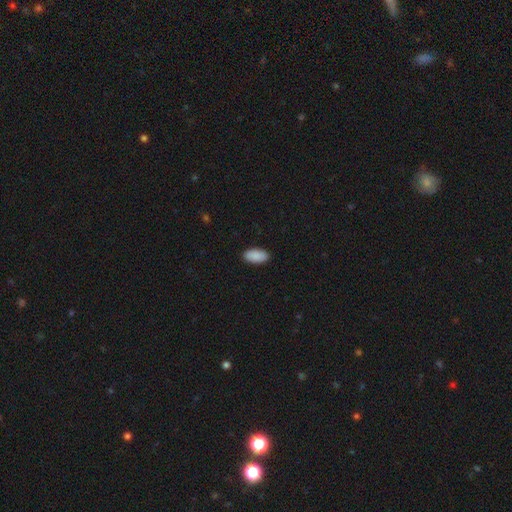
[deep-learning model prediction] The model was most divided on "merging": none: 90%, minor disturbance: 7%, major disturbance: 2%, merger: 1%. More confident: how rounded — in between (94%); smooth or featured — smooth (91%).